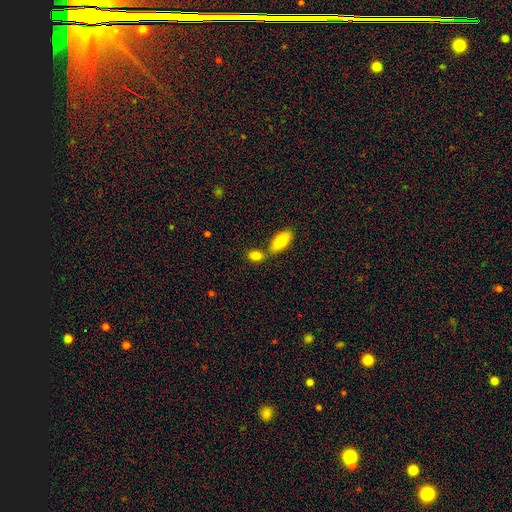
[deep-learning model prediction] Smooth or featured? Predicted: smooth (p=0.82). How rounded? Predicted: in between (p=0.78). Merging? Predicted: none (p=0.52).